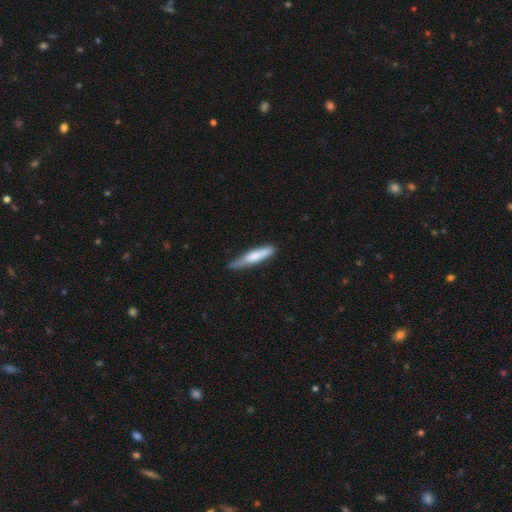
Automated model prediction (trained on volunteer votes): The model was most divided on "merging": none: 61%, minor disturbance: 31%, major disturbance: 5%, merger: 2%. More confident: how rounded — cigar-shaped (86%); smooth or featured — smooth (67%).